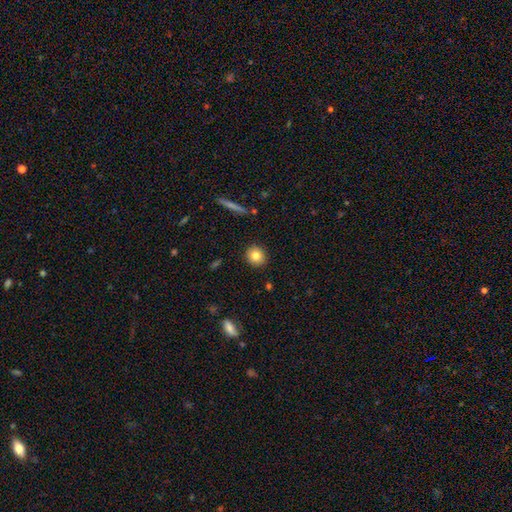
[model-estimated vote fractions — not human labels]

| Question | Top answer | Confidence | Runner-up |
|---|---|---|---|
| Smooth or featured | smooth | 81% | featured or disk (10%) |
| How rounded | round | 86% | in between (13%) |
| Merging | none | 91% | minor disturbance (6%) |